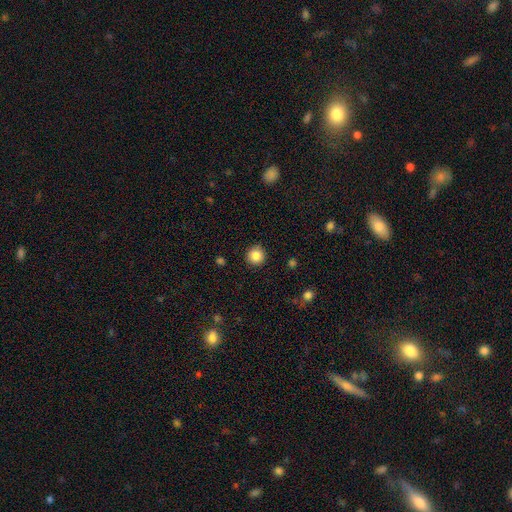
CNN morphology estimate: Smooth or featured? Predicted: smooth (p=0.85). How rounded? Predicted: round (p=0.94). Merging? Predicted: none (p=0.91).